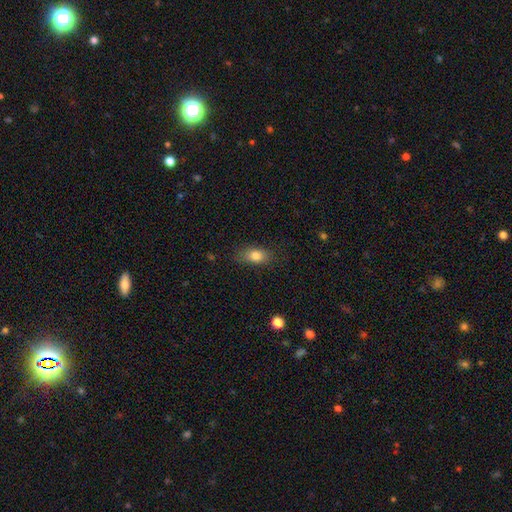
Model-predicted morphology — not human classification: This appears to be a smooth galaxy with no disk features (82%) that is in between round and cigar-shaped (83%). Merging: none (79%).